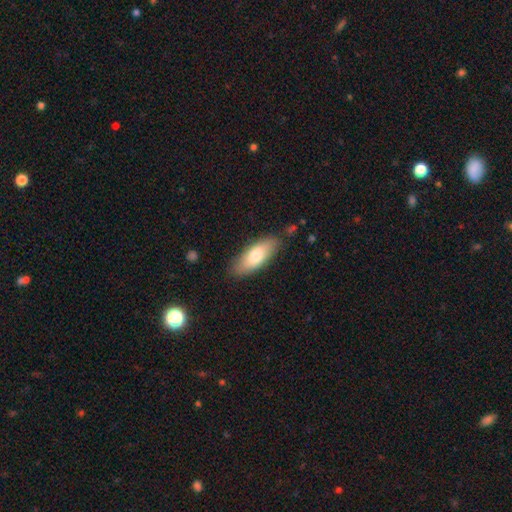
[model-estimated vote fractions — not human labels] This is likely a smooth galaxy (74%). How rounded: likely in between (74%). Merging: clearly none (82%).